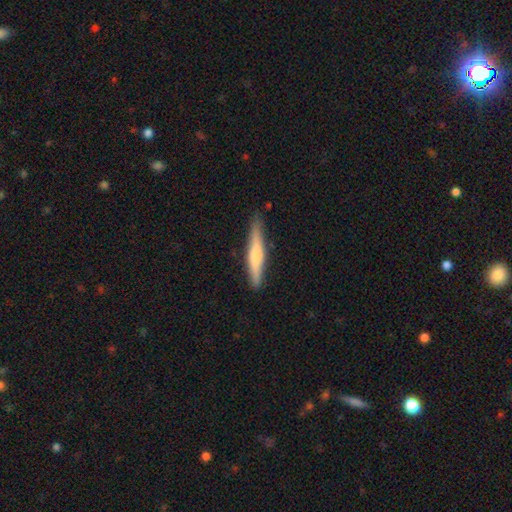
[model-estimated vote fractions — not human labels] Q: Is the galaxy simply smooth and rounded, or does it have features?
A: smooth — 53%.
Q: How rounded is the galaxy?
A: cigar-shaped — 93%.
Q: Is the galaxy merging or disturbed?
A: none — 83%.